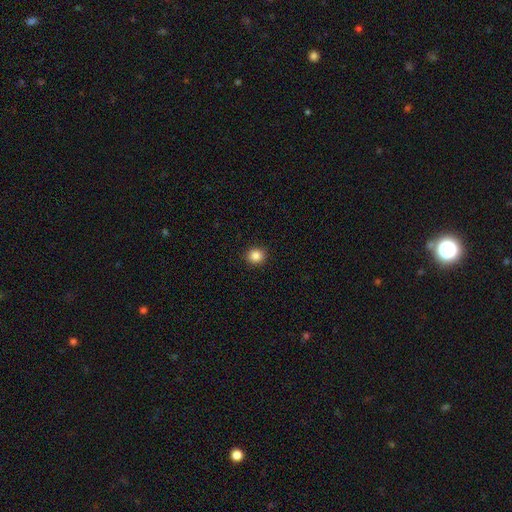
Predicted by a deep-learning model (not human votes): smooth 85%, star or artifact 11%, featured or disk 4%. Down the decision tree: how rounded — round (89%); merging — none (92%).